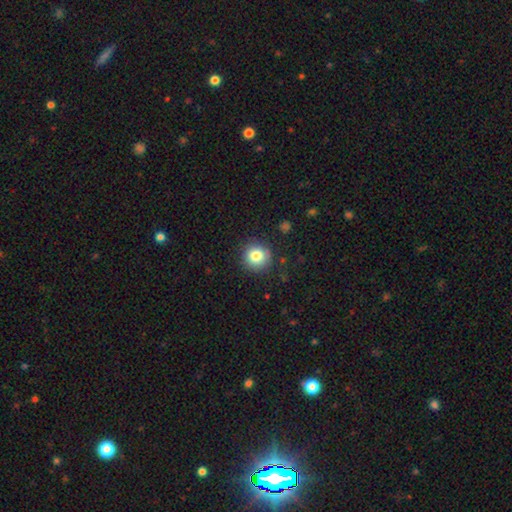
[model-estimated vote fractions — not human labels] Smooth or featured? Predicted: smooth (p=0.83). How rounded? Predicted: round (p=0.91). Merging? Predicted: none (p=0.86).